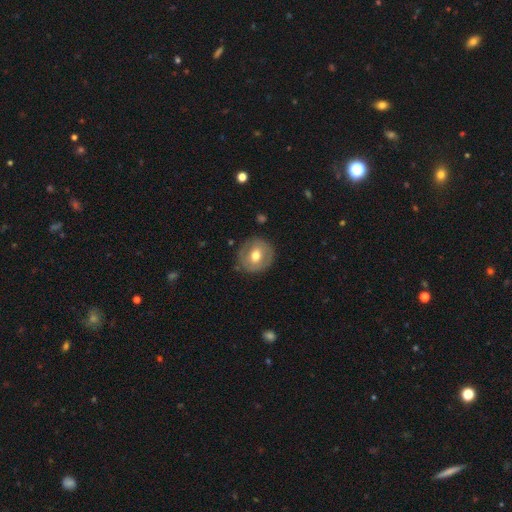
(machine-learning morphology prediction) smooth 52%, featured or disk 41%, star or artifact 7%. Down the decision tree: how rounded — round (87%); merging — none (83%).